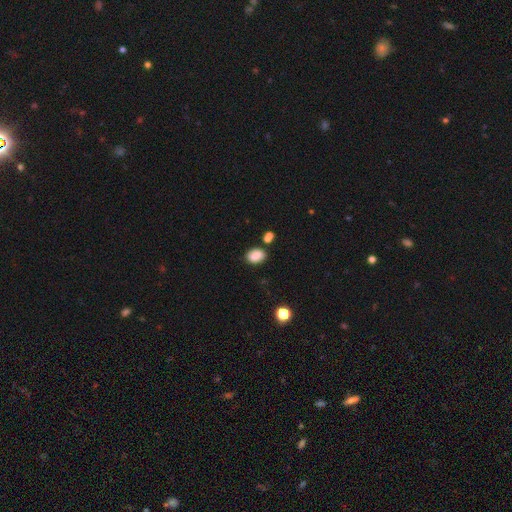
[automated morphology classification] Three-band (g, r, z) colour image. It shows a smooth galaxy with no disk features (86%) that is in between round and cigar-shaped (77%). Merging: none (76%).